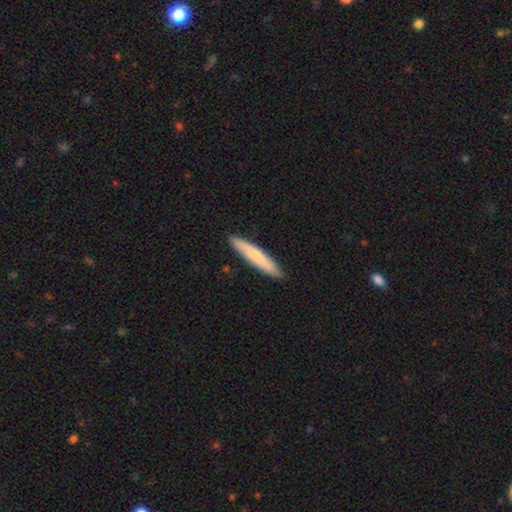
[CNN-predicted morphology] type=smooth (74%); roundness=cigar-shaped (92%); merging=none (91%).